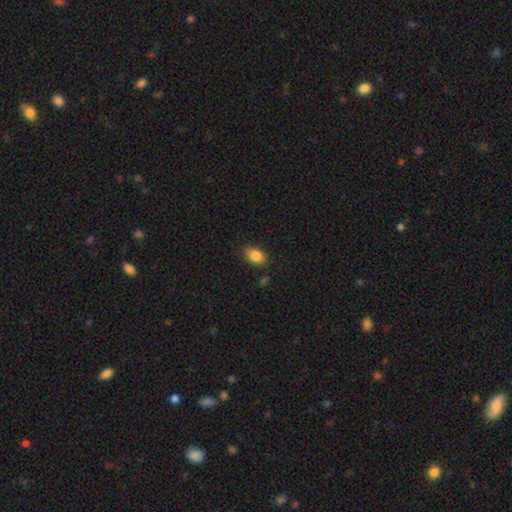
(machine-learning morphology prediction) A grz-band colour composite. It shows a smooth galaxy with no disk features (86%) that is in between round and cigar-shaped (84%). Merging: none (84%).